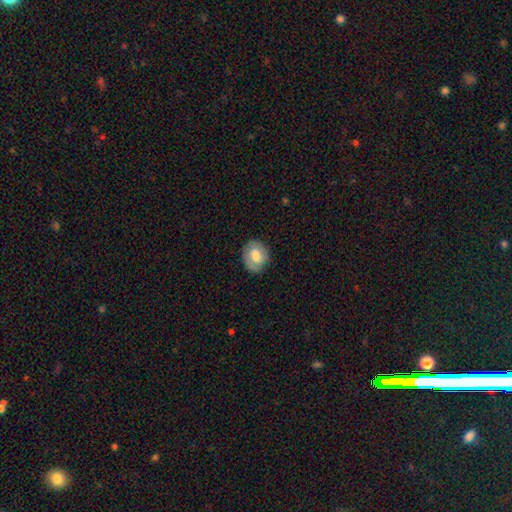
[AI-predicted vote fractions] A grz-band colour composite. It shows a smooth galaxy with no disk features (67%) that is round (60%). Merging: none (79%).